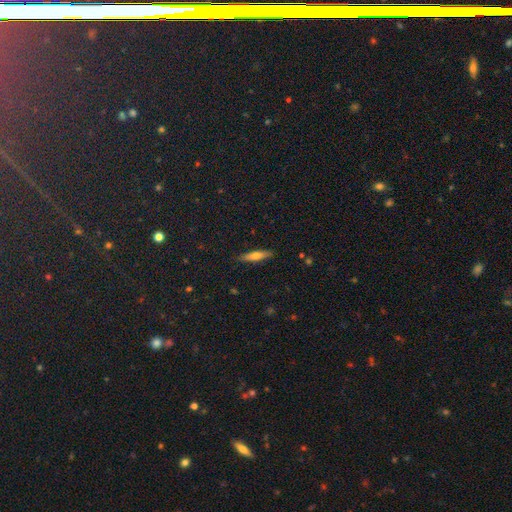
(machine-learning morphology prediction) This appears to be a smooth galaxy with no disk features (56%) that is cigar-shaped (79%). Merging: none (89%).